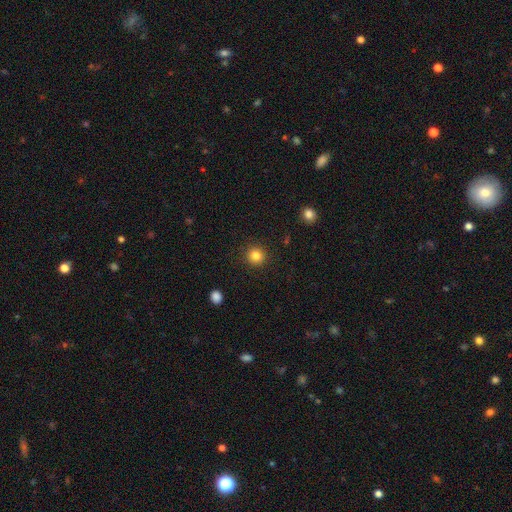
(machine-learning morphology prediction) smooth 83%, star or artifact 11%, featured or disk 5%. Down the decision tree: how rounded — round (94%); merging — none (92%).